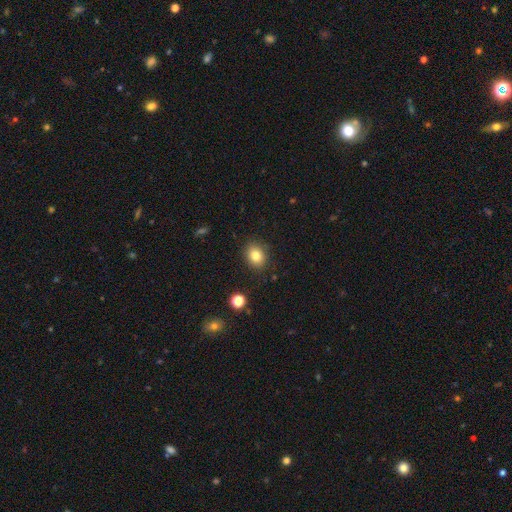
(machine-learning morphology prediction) type=smooth (81%); roundness=round (57%); merging=none (87%).